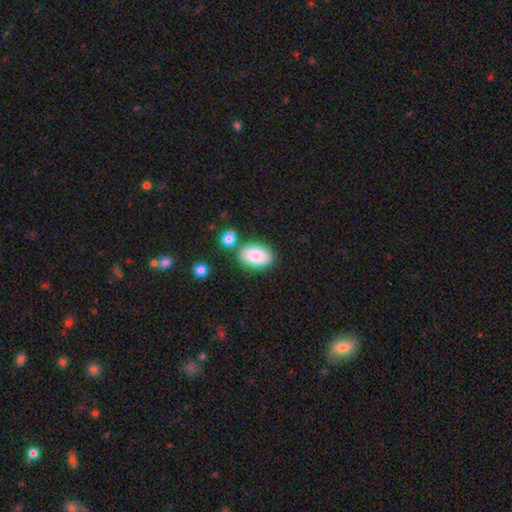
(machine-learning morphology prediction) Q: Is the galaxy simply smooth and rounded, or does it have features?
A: smooth — 85%.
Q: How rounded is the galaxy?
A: in between — 90%.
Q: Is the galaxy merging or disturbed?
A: none — 73%.